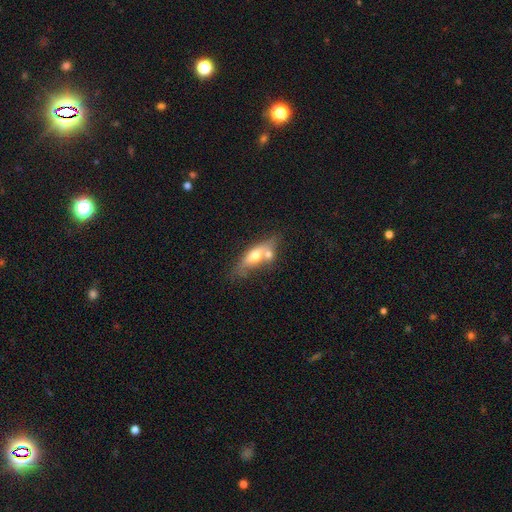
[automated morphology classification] smooth_or_featured: smooth (p=0.56) [alt: featured or disk p=0.37]
how_rounded: in between (p=0.61) [alt: cigar-shaped p=0.33]
merging: merger (p=0.41) [alt: none p=0.39]